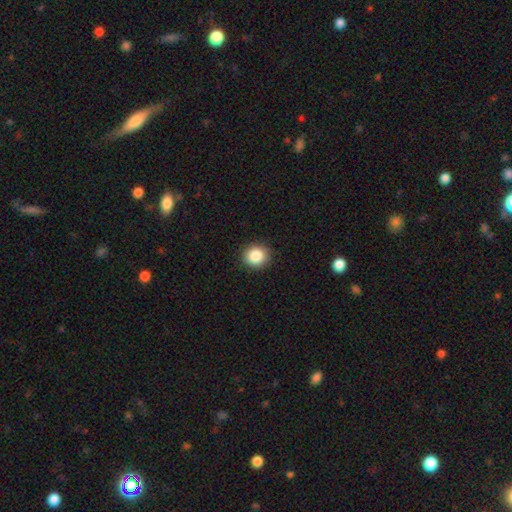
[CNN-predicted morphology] Smooth or featured? Predicted: smooth (p=0.87). How rounded? Predicted: round (p=0.88). Merging? Predicted: none (p=0.91).